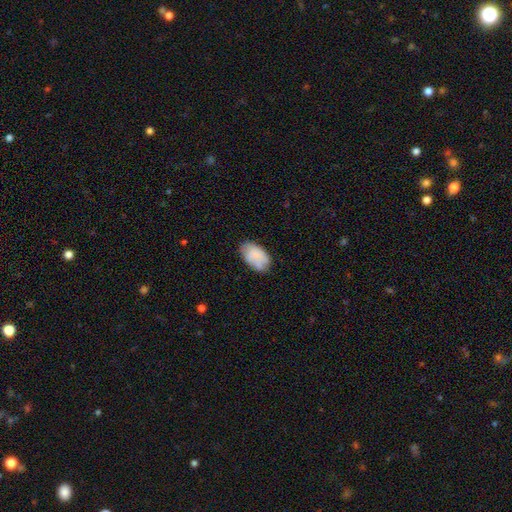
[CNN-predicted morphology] smooth_or_featured: smooth (p=0.76) [alt: featured or disk p=0.16]
how_rounded: in between (p=0.93) [alt: round p=0.06]
merging: none (p=0.66) [alt: minor disturbance p=0.25]